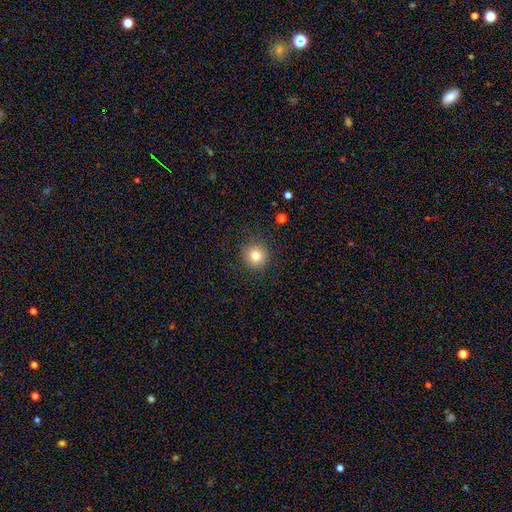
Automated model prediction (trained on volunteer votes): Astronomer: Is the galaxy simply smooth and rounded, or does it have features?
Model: smooth — 80%.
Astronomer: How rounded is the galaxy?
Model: round — 93%.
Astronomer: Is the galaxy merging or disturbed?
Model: none — 87%.